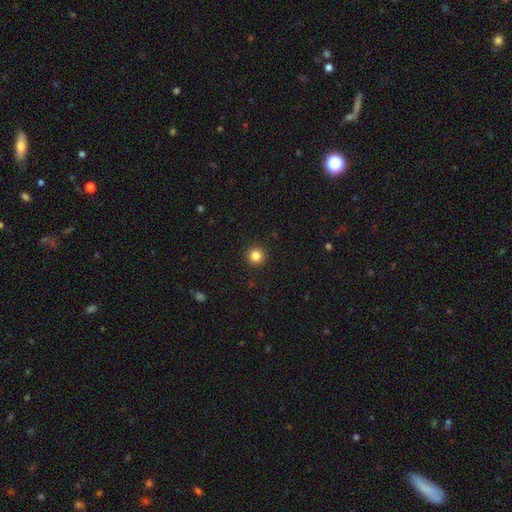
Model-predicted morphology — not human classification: smooth 84%, star or artifact 11%, featured or disk 4%. Down the decision tree: how rounded — round (96%); merging — none (93%).